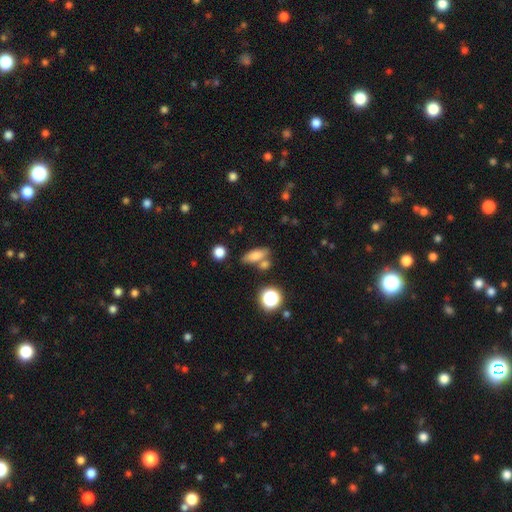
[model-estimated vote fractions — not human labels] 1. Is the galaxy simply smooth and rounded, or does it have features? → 76% smooth, 12% featured or disk, 11% star or artifact.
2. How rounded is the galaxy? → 66% in between, 26% cigar-shaped, 8% round.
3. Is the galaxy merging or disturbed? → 60% none, 21% merger, 14% minor disturbance, 5% major disturbance.